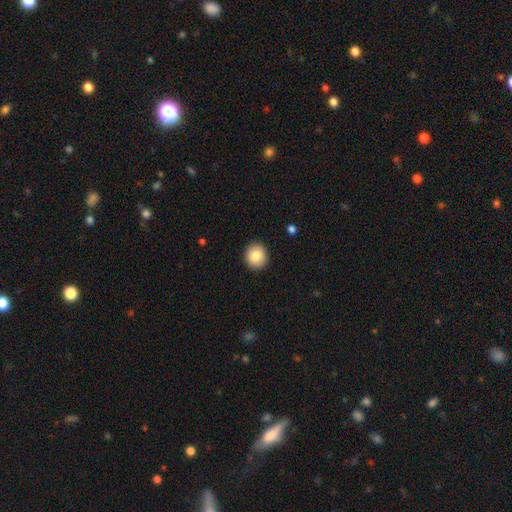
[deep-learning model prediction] Q: Smooth or featured?
A: smooth (85%); runner-up: star or artifact (8%)
Q: How rounded?
A: round (83%); runner-up: in between (16%)
Q: Merging?
A: none (91%); runner-up: minor disturbance (6%)